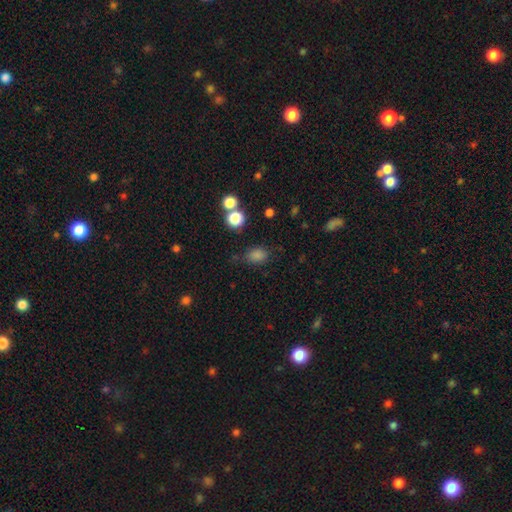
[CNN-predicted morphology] smooth 79%, star or artifact 16%, featured or disk 5%. Down the decision tree: how rounded — in between (61%); merging — none (72%).